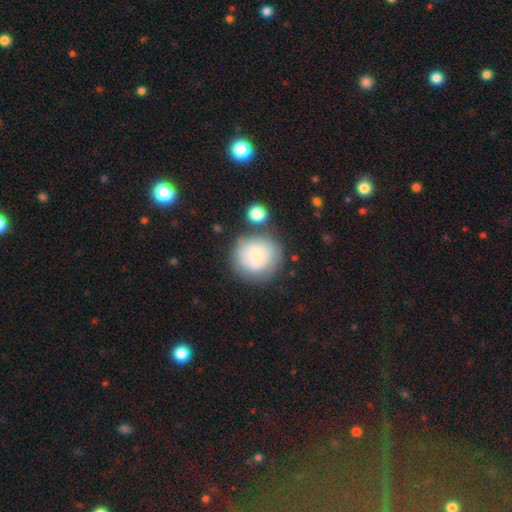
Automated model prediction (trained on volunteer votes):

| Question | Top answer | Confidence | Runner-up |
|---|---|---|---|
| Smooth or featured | smooth | 64% | featured or disk (28%) |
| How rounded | round | 90% | in between (9%) |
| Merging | none | 62% | minor disturbance (18%) |